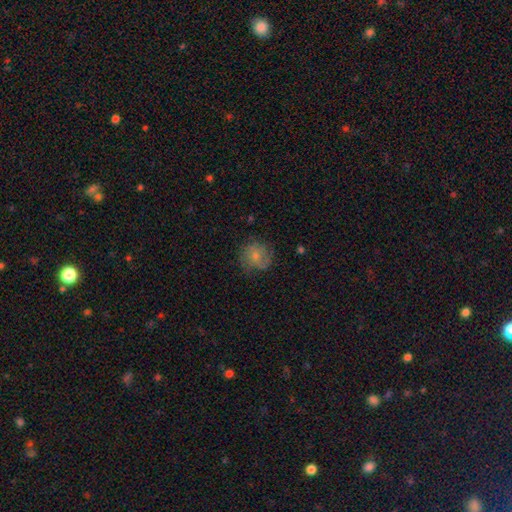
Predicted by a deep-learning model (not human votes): This is possibly a smooth galaxy (52%). How rounded: clearly round (85%). Merging: likely none (69%).